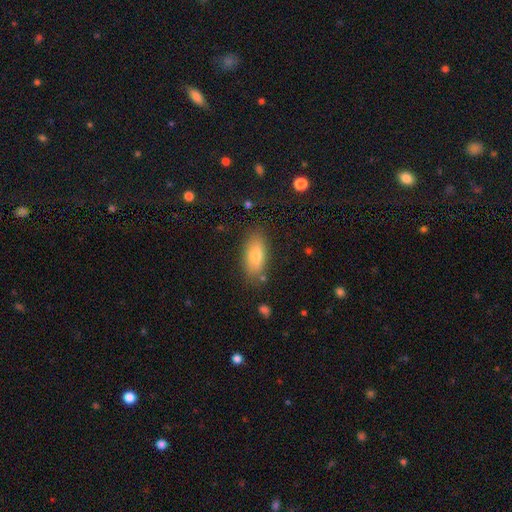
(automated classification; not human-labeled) Morphology: type=smooth (75%); roundness=in between (81%); merging=none (81%).